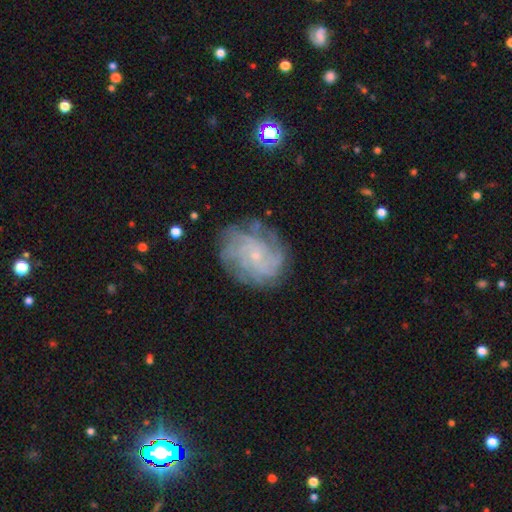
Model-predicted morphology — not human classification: This appears to be a featured or disk galaxy (76%) with no bar (76%), tight (61%) spiral arms (92%) and a small central bulge (81%). Merging: none (75%).